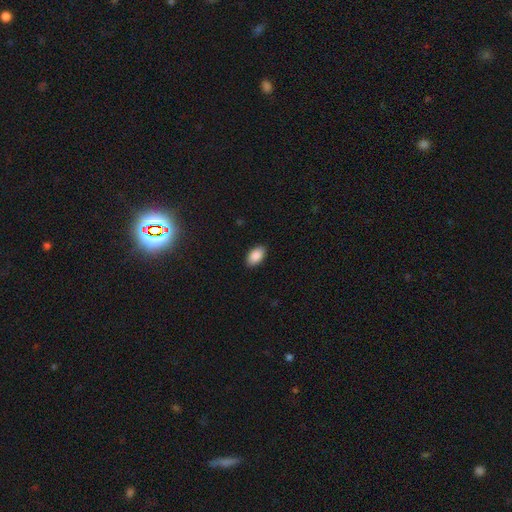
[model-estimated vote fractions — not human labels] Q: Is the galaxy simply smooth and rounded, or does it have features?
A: smooth — 89%.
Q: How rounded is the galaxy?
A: in between — 94%.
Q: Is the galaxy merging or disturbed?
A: none — 89%.